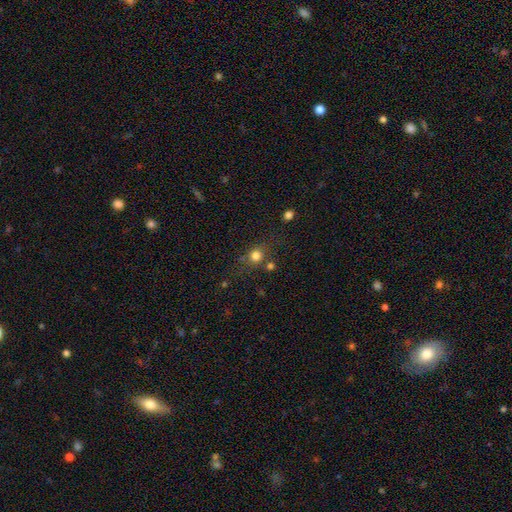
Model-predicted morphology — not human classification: Overall: smooth (78%). How rounded: round (83%). Merging: none (71%).